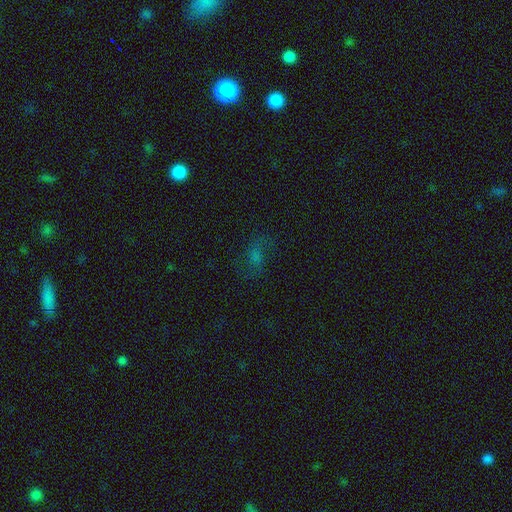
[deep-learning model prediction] This is marginally a smooth galaxy (39%). Merging: likely none (62%).